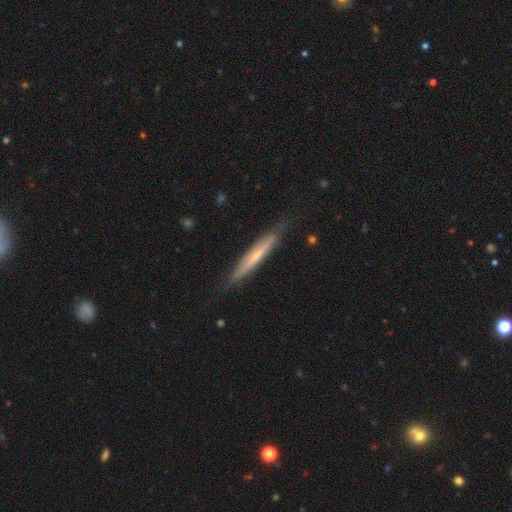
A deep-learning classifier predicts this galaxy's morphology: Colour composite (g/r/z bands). It shows a featured or disk galaxy (53%) viewed edge-on (90%). Merging: none (80%).